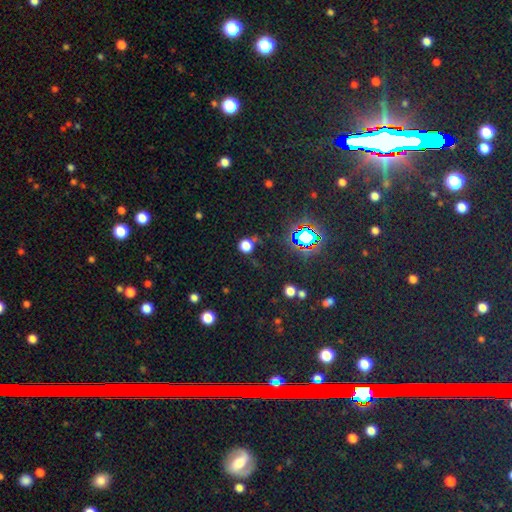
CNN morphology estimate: Smooth or featured? star or artifact (79%)